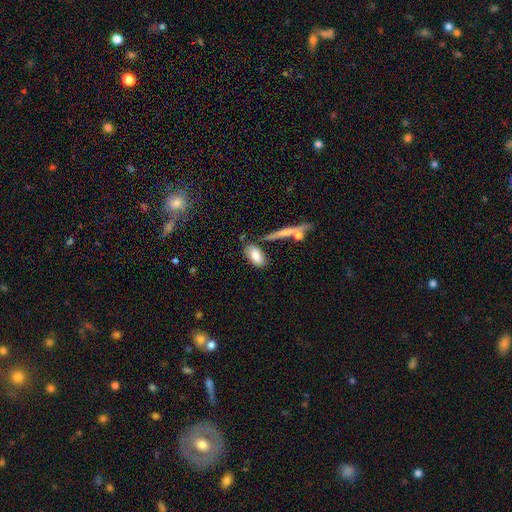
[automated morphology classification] Overall: smooth (78%). How rounded: in between (88%). Merging: none (66%).